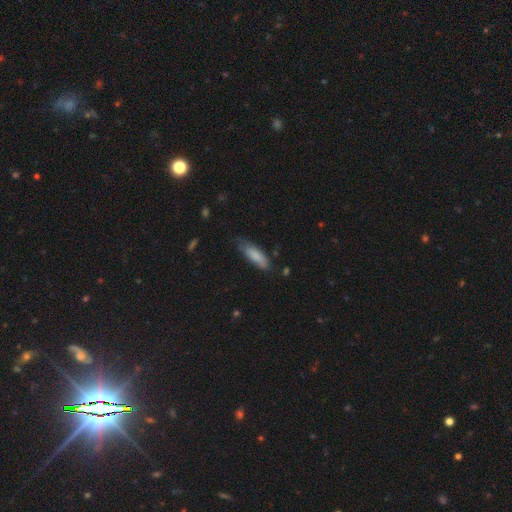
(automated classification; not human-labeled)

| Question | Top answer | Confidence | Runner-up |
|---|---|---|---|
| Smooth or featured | smooth | 82% | featured or disk (12%) |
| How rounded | in between | 52% | cigar-shaped (47%) |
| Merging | none | 60% | minor disturbance (31%) |